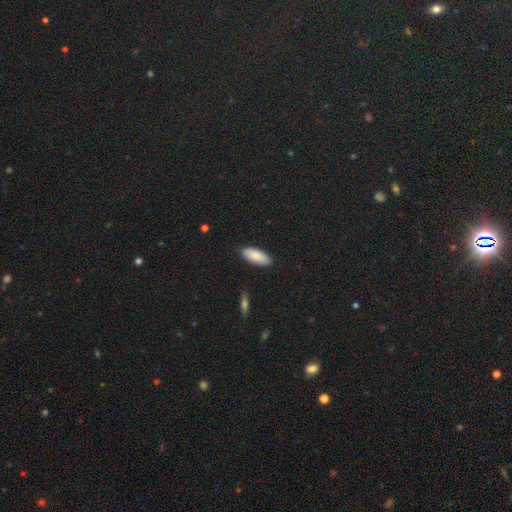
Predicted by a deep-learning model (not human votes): smooth 87%, featured or disk 7%, star or artifact 6%. Down the decision tree: how rounded — in between (80%); merging — none (89%).